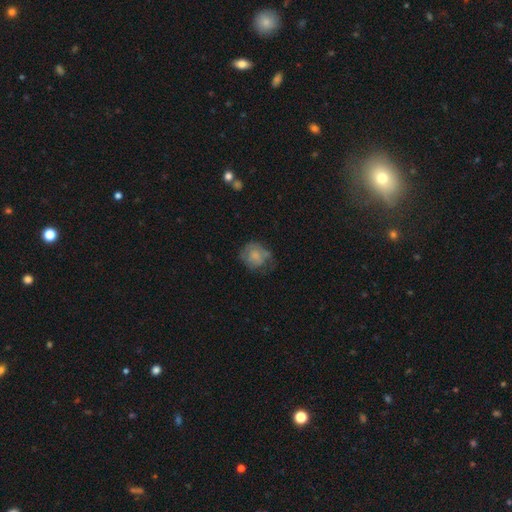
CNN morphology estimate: Q: Smooth or featured?
A: smooth (61%); runner-up: featured or disk (30%)
Q: How rounded?
A: round (68%); runner-up: in between (31%)
Q: Merging?
A: none (47%); runner-up: minor disturbance (30%)